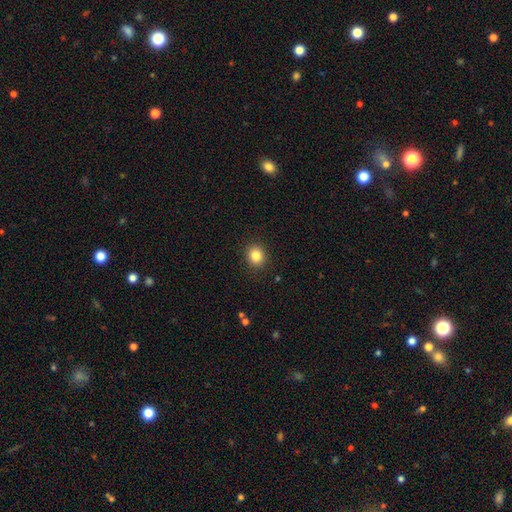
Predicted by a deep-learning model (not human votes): Smooth or featured: smooth — 83% (star or artifact — 11%)
How rounded: round — 81% (in between — 18%)
Merging: none — 91% (minor disturbance — 6%)